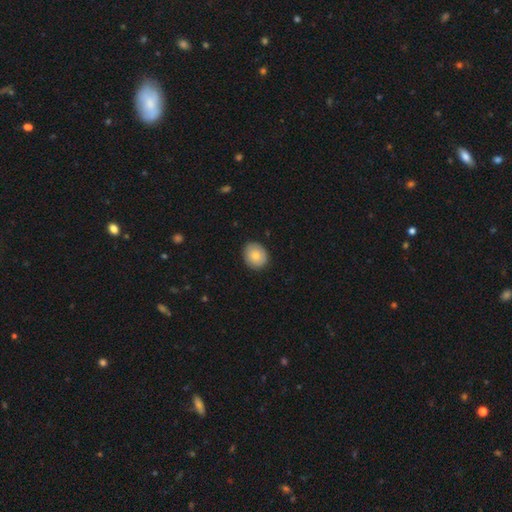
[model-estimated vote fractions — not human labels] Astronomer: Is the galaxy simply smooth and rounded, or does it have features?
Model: smooth — 80%.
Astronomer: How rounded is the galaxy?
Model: round — 67%.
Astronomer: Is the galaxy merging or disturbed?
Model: none — 87%.